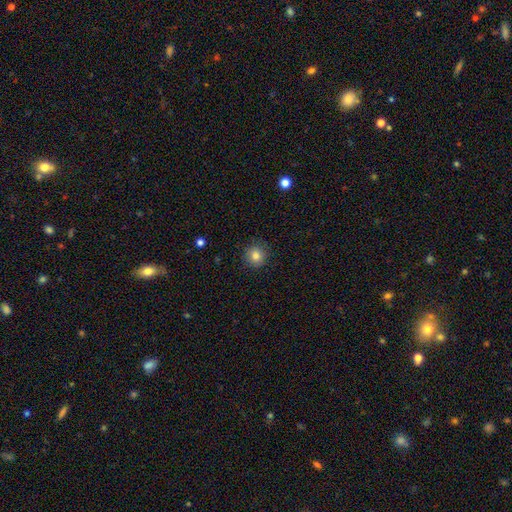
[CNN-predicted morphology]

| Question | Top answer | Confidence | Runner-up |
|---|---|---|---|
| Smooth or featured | smooth | 84% | star or artifact (11%) |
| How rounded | round | 91% | in between (8%) |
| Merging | none | 89% | minor disturbance (8%) |